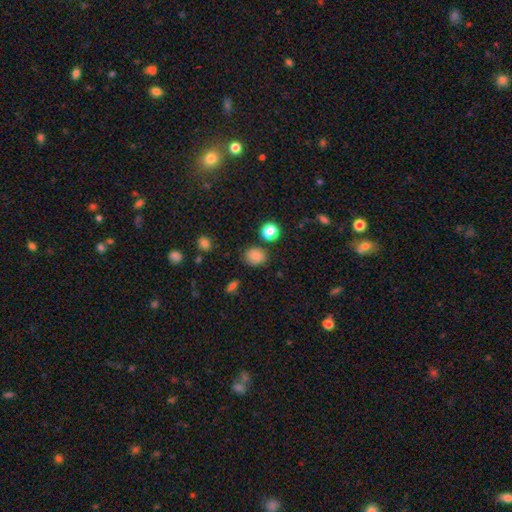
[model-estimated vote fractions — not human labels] Smooth or featured? Predicted: smooth (p=0.81). How rounded? Predicted: round (p=0.74). Merging? Predicted: none (p=0.83).